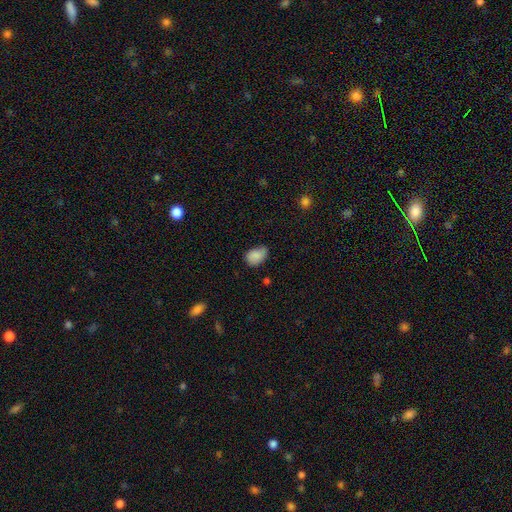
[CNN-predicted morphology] Q: Smooth or featured?
A: smooth (83%); runner-up: featured or disk (9%)
Q: How rounded?
A: in between (81%); runner-up: round (18%)
Q: Merging?
A: none (48%); runner-up: minor disturbance (41%)